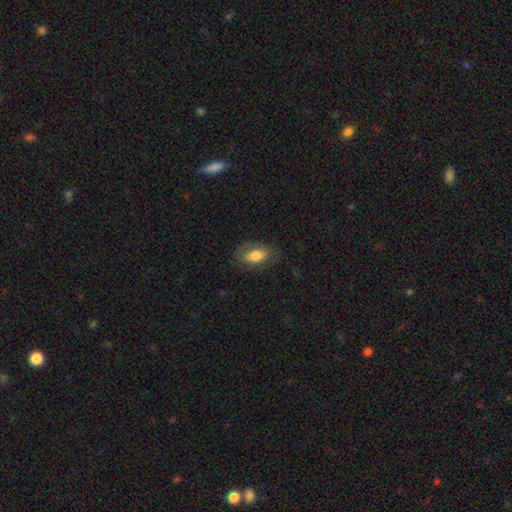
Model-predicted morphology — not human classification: Smooth or featured: smooth — 69% (featured or disk — 24%)
How rounded: in between — 90% (round — 6%)
Merging: none — 74% (minor disturbance — 17%)